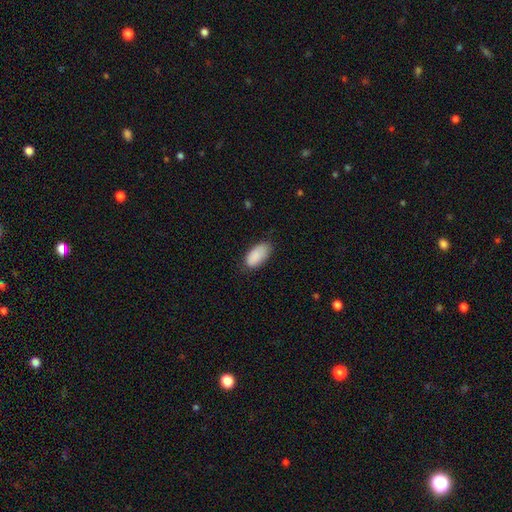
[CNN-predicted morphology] Overall: smooth (89%). How rounded: in between (95%). Merging: none (74%).